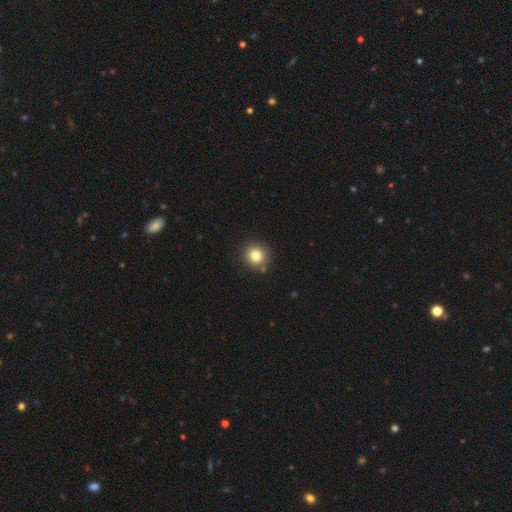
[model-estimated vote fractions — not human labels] Smooth or featured: smooth — 81% (star or artifact — 12%)
How rounded: round — 91% (in between — 8%)
Merging: none — 85% (minor disturbance — 8%)